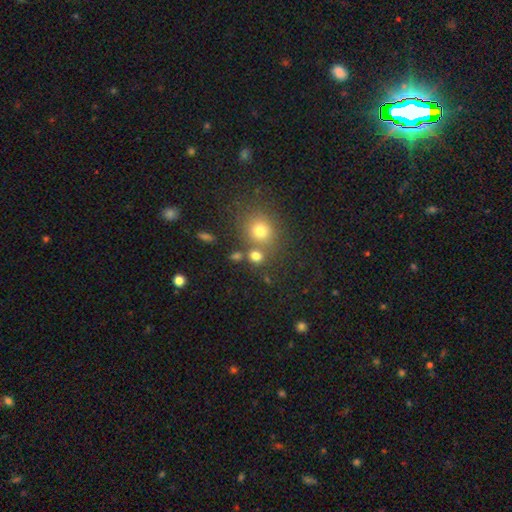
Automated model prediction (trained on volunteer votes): Smooth or featured? smooth (75%)
How rounded? round (72%)
Merging? none (61%)